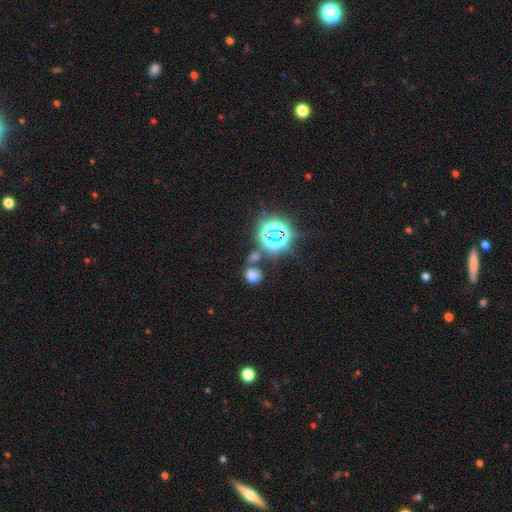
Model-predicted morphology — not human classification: smooth_or_featured: star or artifact (p=0.64) [alt: smooth p=0.28]